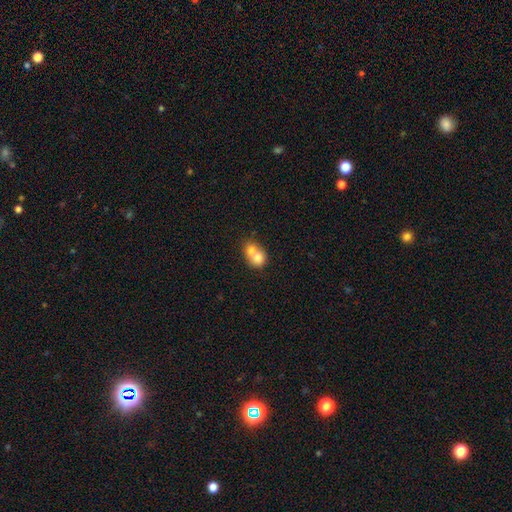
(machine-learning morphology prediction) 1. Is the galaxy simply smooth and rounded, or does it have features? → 72% smooth, 20% featured or disk, 9% star or artifact.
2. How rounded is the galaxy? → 67% round, 32% in between, 1% cigar-shaped.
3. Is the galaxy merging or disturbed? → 72% merger, 21% none, 5% minor disturbance, 2% major disturbance.